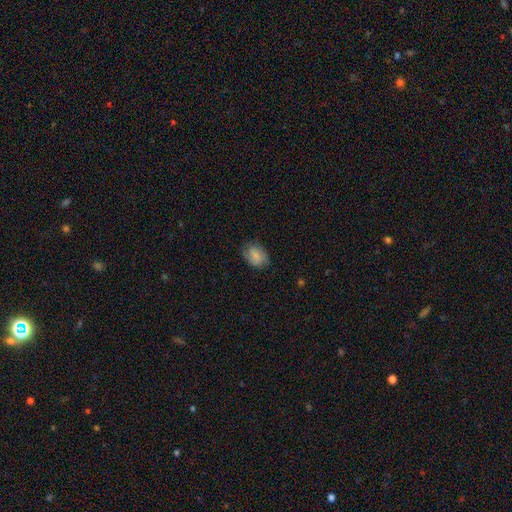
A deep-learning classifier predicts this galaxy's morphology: Smooth or featured?
  - smooth: 75% *
  - featured or disk: 17%
  - star or artifact: 8%
How rounded?
  - in between: 75% *
  - round: 24%
  - cigar-shaped: 1%
Merging?
  - none: 71% *
  - minor disturbance: 22%
  - major disturbance: 6%
  - merger: 1%